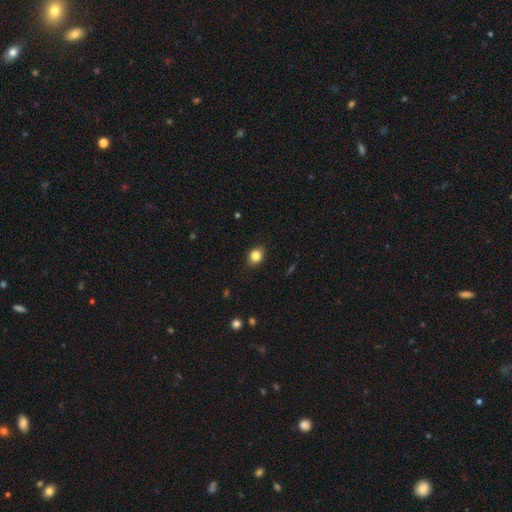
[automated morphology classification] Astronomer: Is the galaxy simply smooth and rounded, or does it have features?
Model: smooth — 83%.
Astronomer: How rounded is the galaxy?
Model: round — 53% (runner-up: in between, 45%).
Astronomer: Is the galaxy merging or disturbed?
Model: none — 86%.